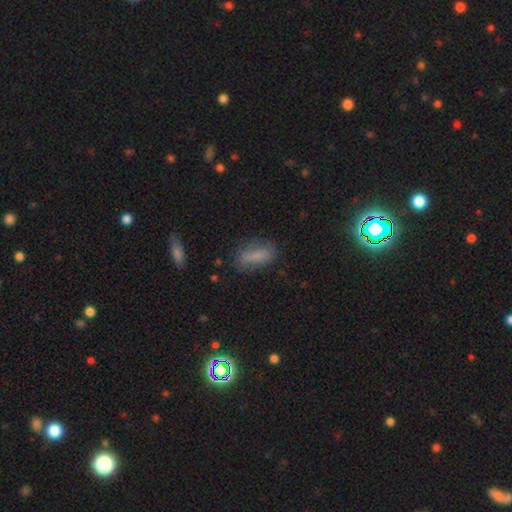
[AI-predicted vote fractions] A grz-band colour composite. It shows a smooth galaxy with no disk features (77%) that is in between round and cigar-shaped (62%). Merging: none (71%).